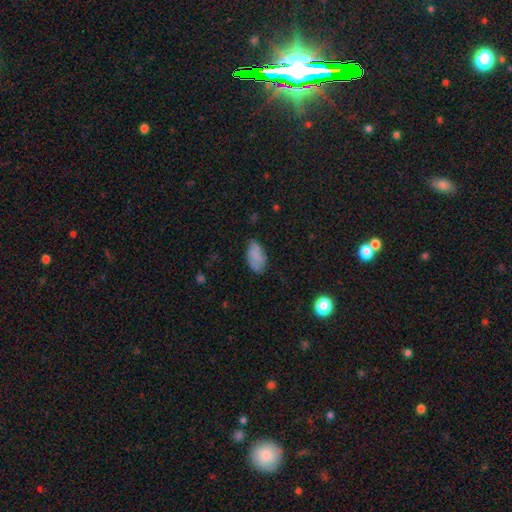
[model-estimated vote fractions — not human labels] This is likely a smooth galaxy (79%). How rounded: clearly in between (94%). Merging: likely none (61%).